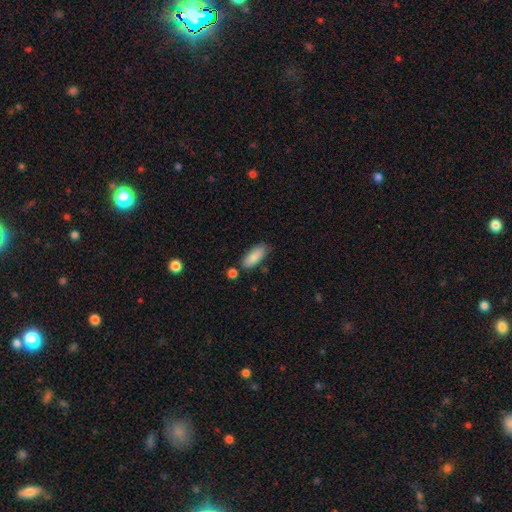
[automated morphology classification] The model was most divided on "how rounded": in between: 76%, cigar-shaped: 22%, round: 2%. More confident: smooth or featured — smooth (87%); merging — none (73%).